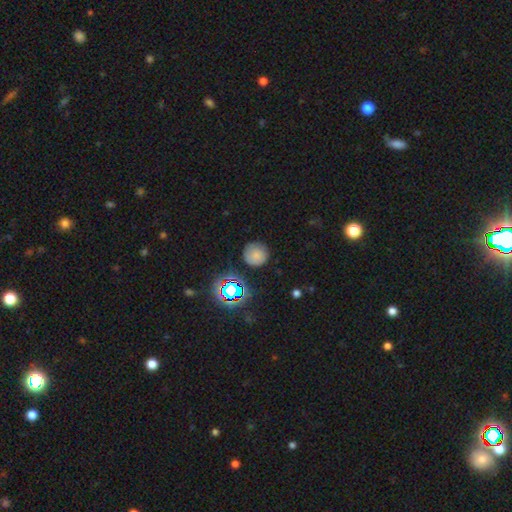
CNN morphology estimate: This appears to be a smooth galaxy with no disk features (68%) that is round (92%). Merging: none (79%).